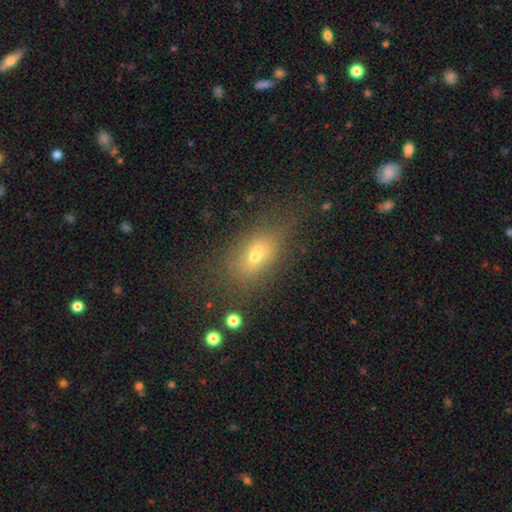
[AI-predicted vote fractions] Q: Smooth or featured?
A: smooth (61%); runner-up: featured or disk (22%)
Q: How rounded?
A: in between (76%); runner-up: round (18%)
Q: Merging?
A: none (52%); runner-up: minor disturbance (19%)